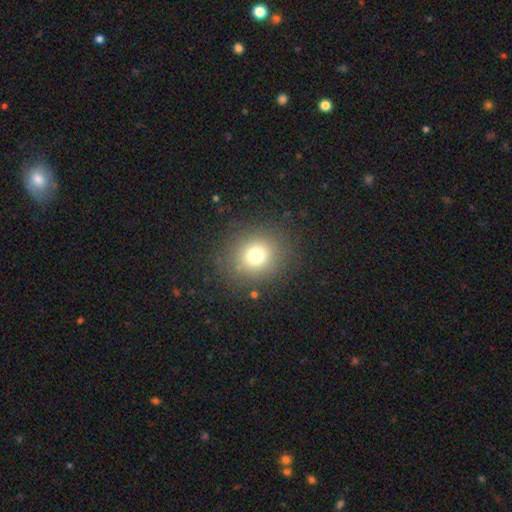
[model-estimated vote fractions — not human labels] Smooth or featured?
  - smooth: 74% *
  - star or artifact: 17%
  - featured or disk: 9%
How rounded?
  - round: 85% *
  - in between: 14%
  - cigar-shaped: 1%
Merging?
  - none: 86% *
  - minor disturbance: 8%
  - major disturbance: 5%
  - merger: 1%